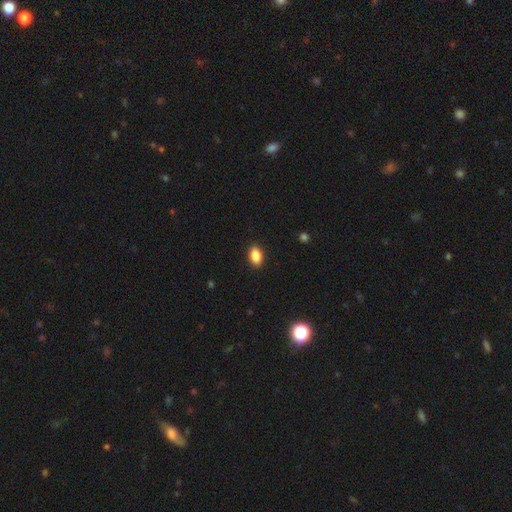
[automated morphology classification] smooth-or-featured: smooth: 87% | star or artifact: 8% | featured or disk: 5%
  how-rounded: in between: 89% | round: 8% | cigar-shaped: 3%
  merging: none: 90% | minor disturbance: 7% | major disturbance: 2% | merger: 1%